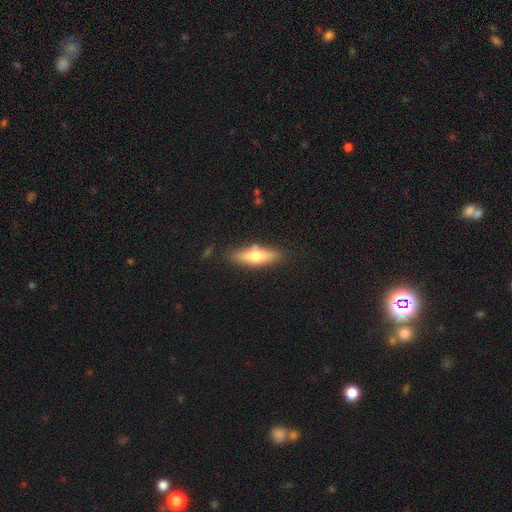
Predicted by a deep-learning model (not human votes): Morphology: type=smooth (59%); roundness=cigar-shaped (51%); merging=none (81%).